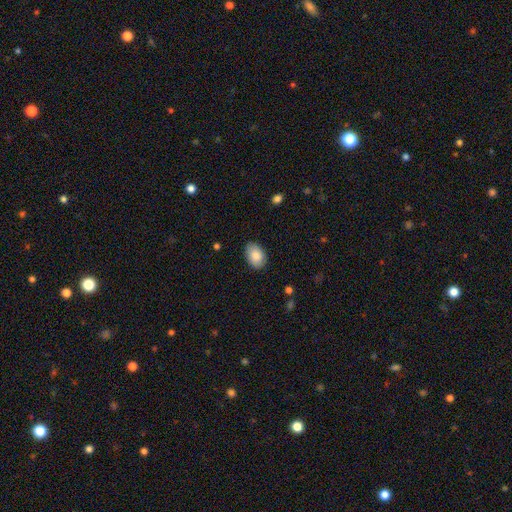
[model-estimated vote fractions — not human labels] Q: Smooth or featured?
A: smooth (88%); runner-up: star or artifact (6%)
Q: How rounded?
A: in between (88%); runner-up: round (11%)
Q: Merging?
A: none (85%); runner-up: minor disturbance (11%)